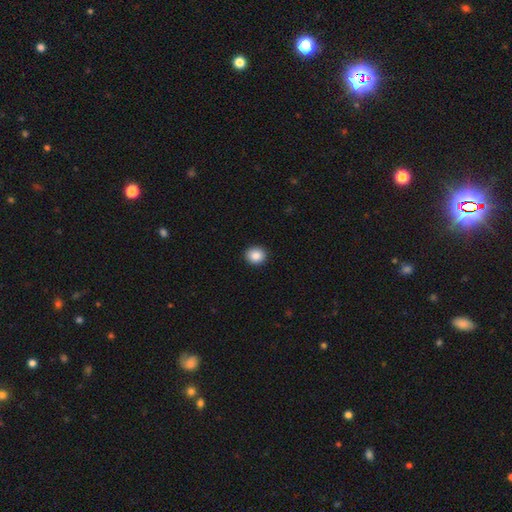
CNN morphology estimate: smooth 88%, star or artifact 8%, featured or disk 4%. Down the decision tree: how rounded — round (77%); merging — none (92%).